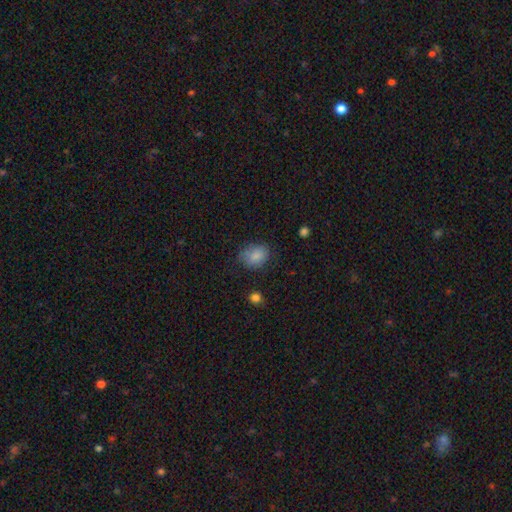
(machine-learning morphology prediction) Smooth or featured: smooth — 83% (star or artifact — 9%)
How rounded: in between — 63% (round — 36%)
Merging: none — 68% (minor disturbance — 24%)